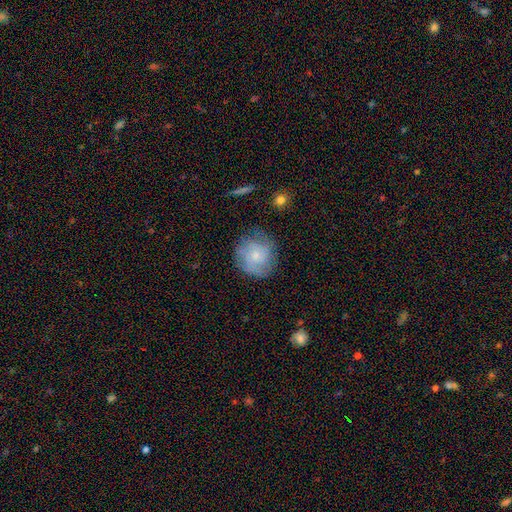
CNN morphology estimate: Q: Smooth or featured?
A: featured or disk (50%); runner-up: smooth (42%)
Q: Merging?
A: none (73%); runner-up: minor disturbance (19%)